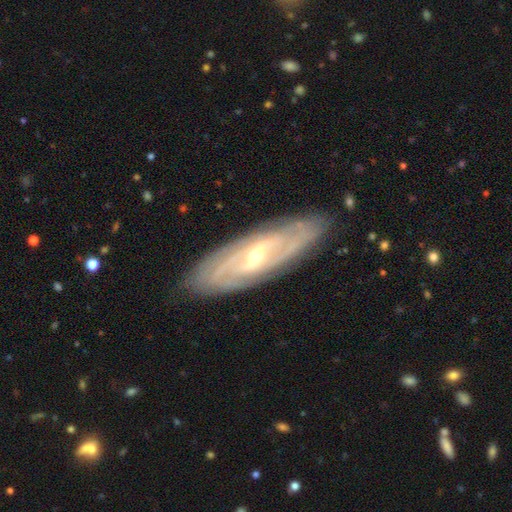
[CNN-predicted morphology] Smooth or featured: featured or disk — 84% (smooth — 10%)
Edge-on disk: no — 81% (yes — 19%)
Bar: weak — 43% (strong — 34%)
Spiral arms: yes — 91% (no — 9%)
Spiral winding: tight — 64% (medium — 28%)
Spiral arm count: can't tell — 39% (2 — 32%)
Bulge size: small — 58% (moderate — 38%)
Merging: none — 85% (minor disturbance — 11%)